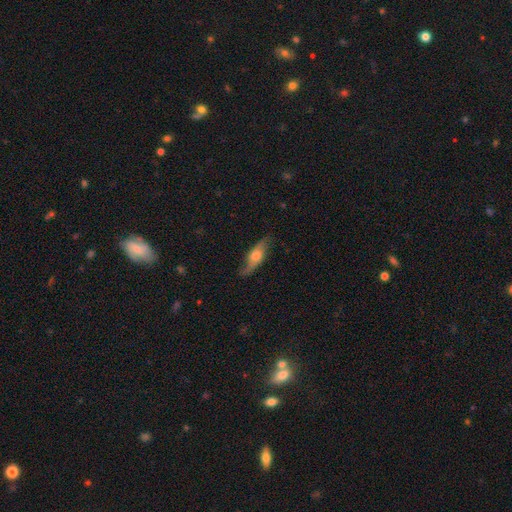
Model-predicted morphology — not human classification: This is possibly a featured or disk galaxy (58%). It is possibly not viewed edge-on (52%). Merging: likely none (76%).